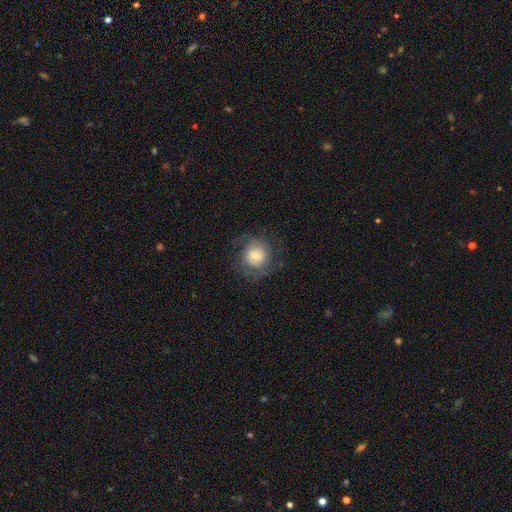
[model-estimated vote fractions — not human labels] This is possibly a smooth galaxy (55%). How rounded: clearly round (86%). Merging: likely none (70%).